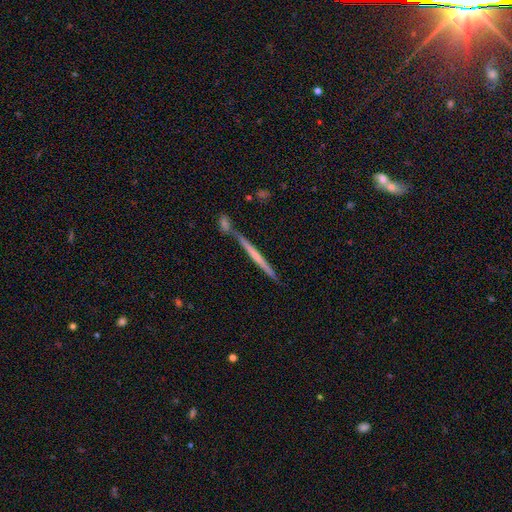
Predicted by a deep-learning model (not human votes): smooth_or_featured: featured or disk (p=0.57) [alt: smooth p=0.36]
disk_edge_on: yes (p=0.96) [alt: no p=0.04]
edge_on_bulge: none (p=0.75) [alt: rounded p=0.17]
merging: none (p=0.68) [alt: merger p=0.18]